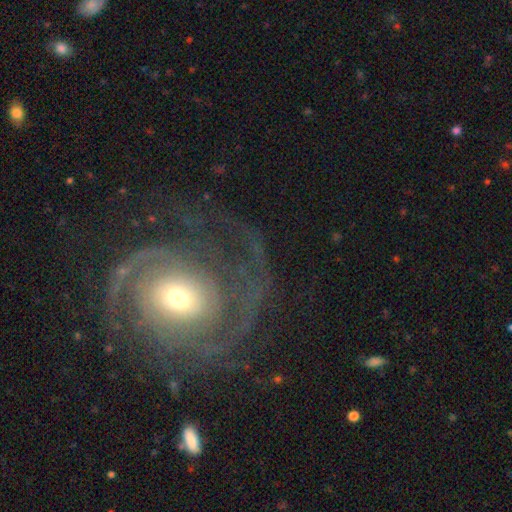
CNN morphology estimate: This is clearly a featured or disk galaxy (89%). It is clearly not viewed edge-on (98%). Bar: likely no (65%). Spiral arm pattern: clearly yes (97%). Spiral arm count: possibly 2 (57%). Spiral winding: possibly tight (52%). Central bulge: possibly moderate (47%). Merging: likely none (69%).